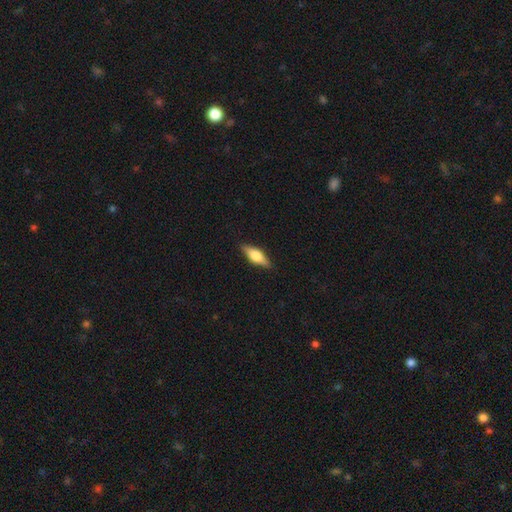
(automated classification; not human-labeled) smooth_or_featured: smooth (p=0.47) [alt: featured or disk p=0.46]
merging: none (p=0.87) [alt: minor disturbance p=0.10]